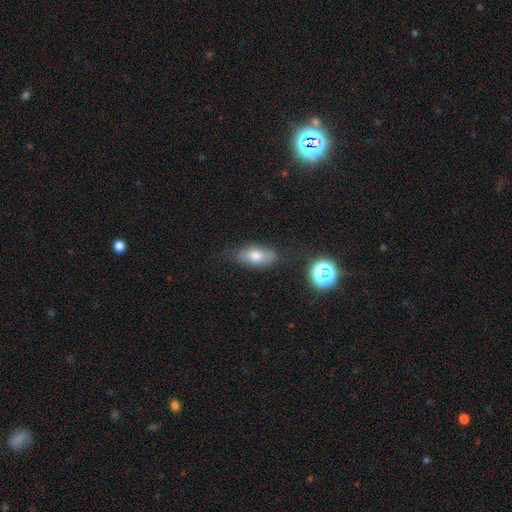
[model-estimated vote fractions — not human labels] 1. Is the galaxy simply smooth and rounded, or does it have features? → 69% smooth, 19% featured or disk, 12% star or artifact.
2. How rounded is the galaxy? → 84% in between, 8% cigar-shaped, 8% round.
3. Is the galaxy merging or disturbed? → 74% none, 18% minor disturbance, 5% major disturbance, 3% merger.